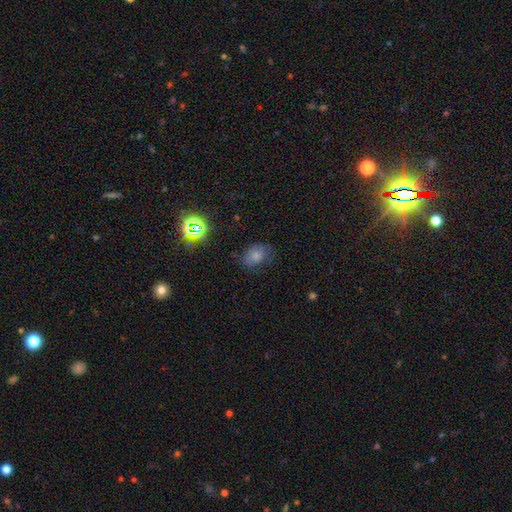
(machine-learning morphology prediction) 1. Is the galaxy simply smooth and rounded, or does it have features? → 72% smooth, 17% star or artifact, 11% featured or disk.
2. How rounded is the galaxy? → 73% in between, 26% round, 1% cigar-shaped.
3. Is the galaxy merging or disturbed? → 68% none, 23% minor disturbance, 7% major disturbance, 2% merger.